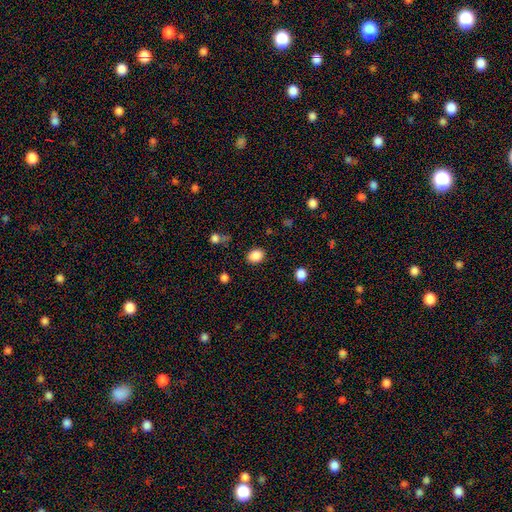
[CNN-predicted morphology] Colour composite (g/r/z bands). It shows a smooth galaxy with no disk features (87%) that is in between round and cigar-shaped (57%). Merging: none (85%).